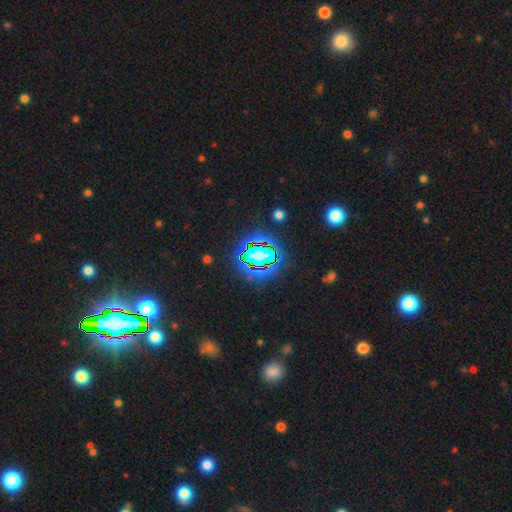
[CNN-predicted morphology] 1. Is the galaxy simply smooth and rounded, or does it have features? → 77% star or artifact, 14% smooth, 9% featured or disk.